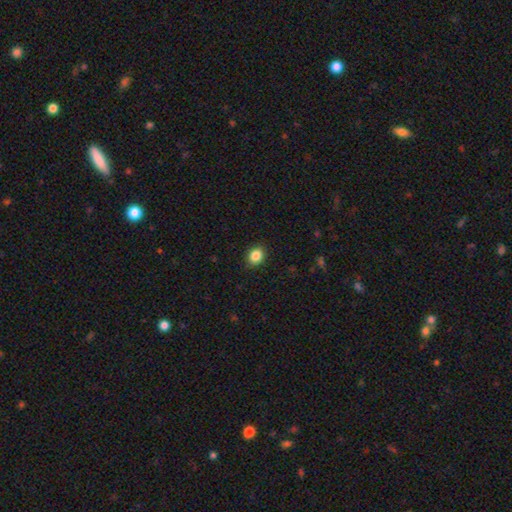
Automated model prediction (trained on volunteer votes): Smooth or featured? Predicted: smooth (p=0.86). How rounded? Predicted: in between (p=0.51). Merging? Predicted: none (p=0.88).